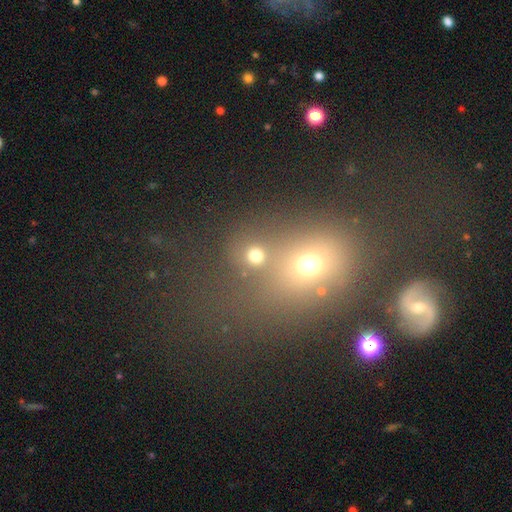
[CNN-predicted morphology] Overall: smooth (71%). How rounded: round (84%). Merging: none (55%; merger 33%).